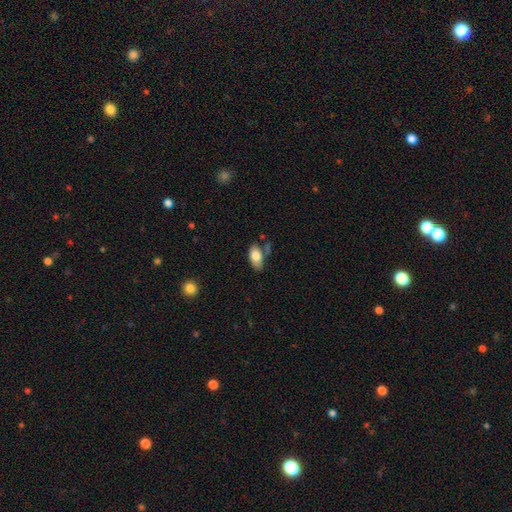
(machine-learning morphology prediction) Smooth or featured?
  - smooth: 78% *
  - featured or disk: 15%
  - star or artifact: 7%
How rounded?
  - in between: 92% *
  - round: 4%
  - cigar-shaped: 3%
Merging?
  - none: 59% *
  - minor disturbance: 23%
  - merger: 12%
  - major disturbance: 6%